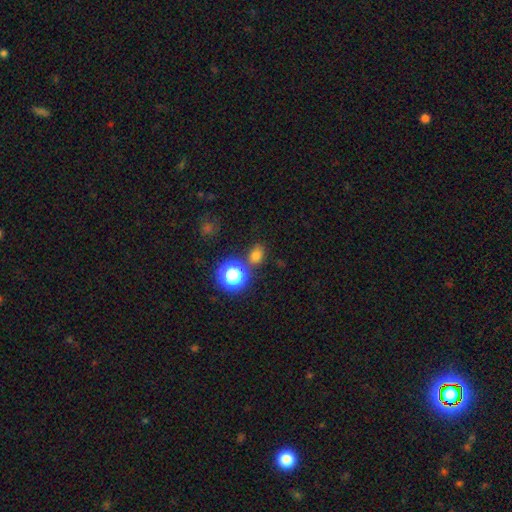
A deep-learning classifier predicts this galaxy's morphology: Q: Smooth or featured?
A: smooth (70%); runner-up: star or artifact (24%)
Q: How rounded?
A: round (53%); runner-up: in between (46%)
Q: Merging?
A: none (74%); runner-up: merger (11%)